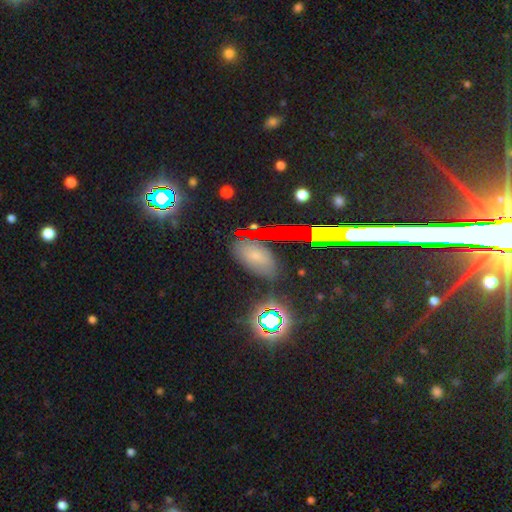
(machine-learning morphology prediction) smooth_or_featured: smooth (p=0.46) [alt: star or artifact p=0.37]
merging: none (p=0.78) [alt: minor disturbance p=0.14]